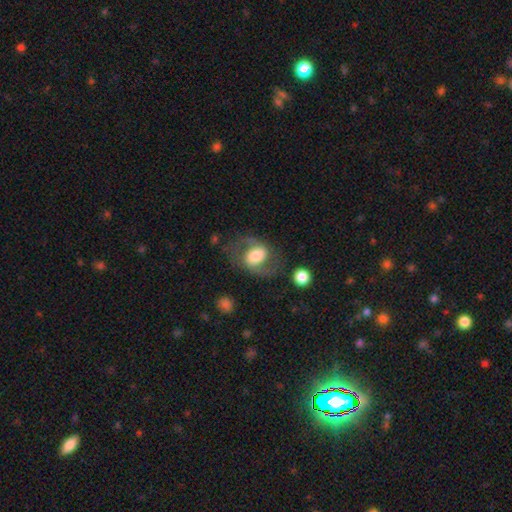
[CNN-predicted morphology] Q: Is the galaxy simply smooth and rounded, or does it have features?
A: featured or disk — 58%.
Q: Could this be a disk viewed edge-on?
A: no — 96%.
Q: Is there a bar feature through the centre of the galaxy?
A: weak — 40%.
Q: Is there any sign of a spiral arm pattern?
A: yes — 78%.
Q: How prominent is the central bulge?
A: moderate — 42%.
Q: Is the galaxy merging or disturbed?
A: none — 60%.